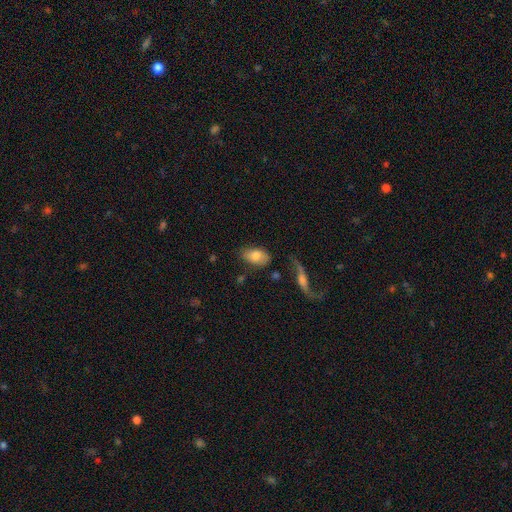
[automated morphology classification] smooth 74%, featured or disk 19%, star or artifact 7%. Down the decision tree: how rounded — in between (92%); merging — none (69%).